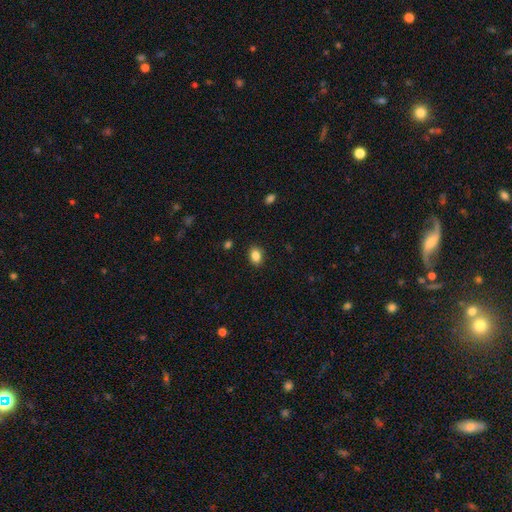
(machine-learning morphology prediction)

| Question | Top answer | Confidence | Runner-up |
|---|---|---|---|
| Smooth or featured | smooth | 86% | star or artifact (10%) |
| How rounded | in between | 67% | round (32%) |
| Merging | none | 88% | minor disturbance (9%) |